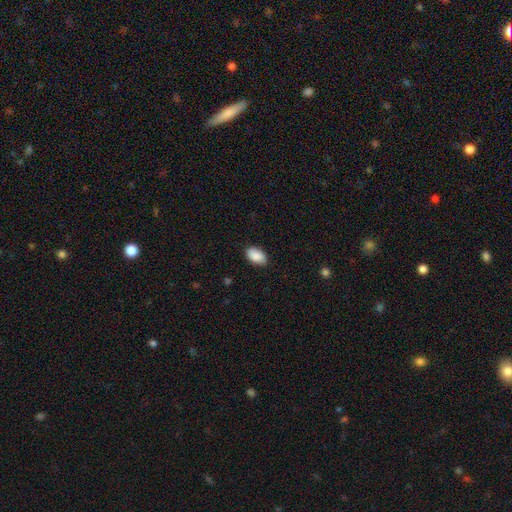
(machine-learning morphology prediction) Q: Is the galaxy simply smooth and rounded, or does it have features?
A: smooth — 90%.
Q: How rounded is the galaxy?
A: in between — 94%.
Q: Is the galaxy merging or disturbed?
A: none — 87%.